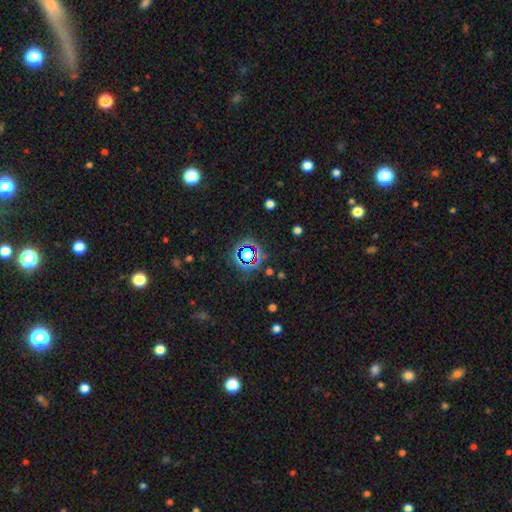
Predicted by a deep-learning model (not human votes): Smooth or featured?
  - star or artifact: 76% *
  - smooth: 15%
  - featured or disk: 9%